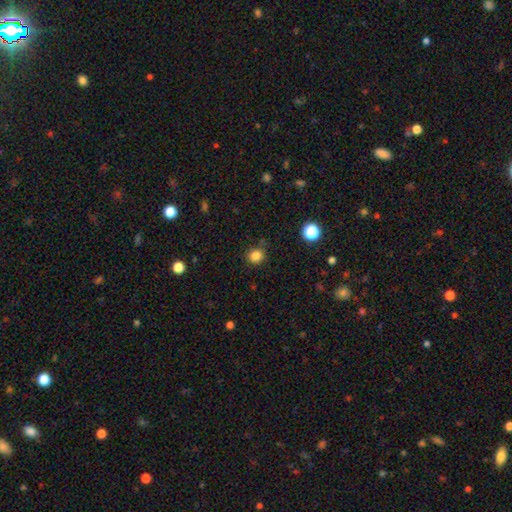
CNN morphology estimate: Smooth or featured?
  - smooth: 83% *
  - star or artifact: 13%
  - featured or disk: 4%
How rounded?
  - round: 83% *
  - in between: 16%
  - cigar-shaped: 1%
Merging?
  - none: 82% *
  - minor disturbance: 11%
  - merger: 4%
  - major disturbance: 3%